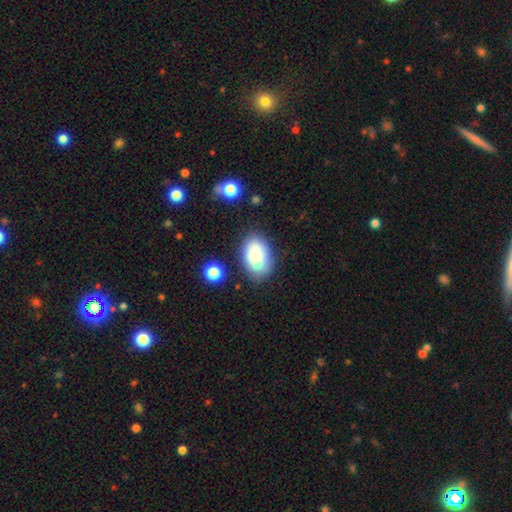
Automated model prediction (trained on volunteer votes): smooth-or-featured: smooth: 76% | featured or disk: 15% | star or artifact: 8%
  how-rounded: in between: 88% | round: 11% | cigar-shaped: 1%
  merging: none: 69% | minor disturbance: 18% | merger: 7% | major disturbance: 5%